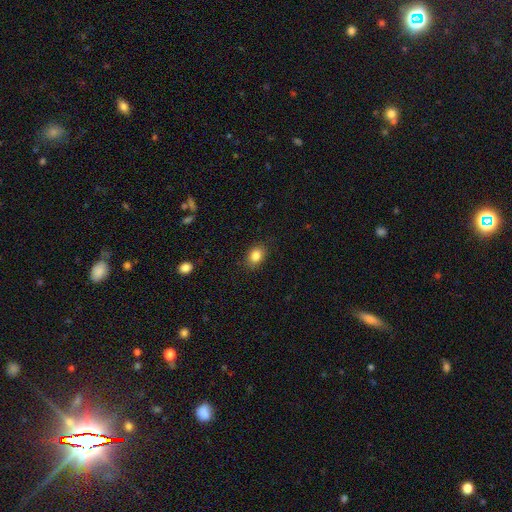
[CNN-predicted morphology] smooth-or-featured: smooth: 84% | star or artifact: 9% | featured or disk: 6%
  how-rounded: in between: 66% | round: 33% | cigar-shaped: 1%
  merging: none: 86% | minor disturbance: 10% | major disturbance: 3% | merger: 1%